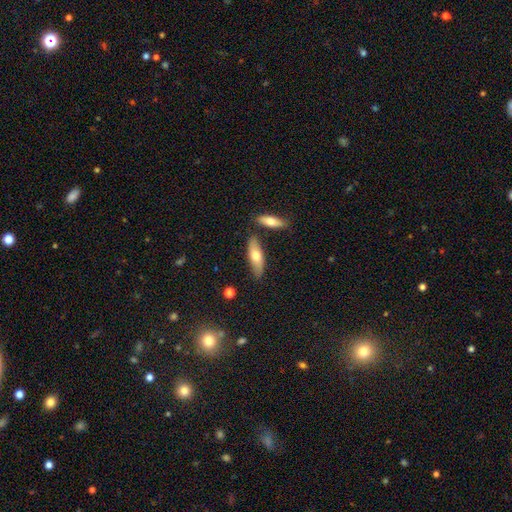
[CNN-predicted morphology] The model was most divided on "how rounded": in between: 55%, cigar-shaped: 43%, round: 2%. More confident: merging — none (78%); smooth or featured — smooth (66%).